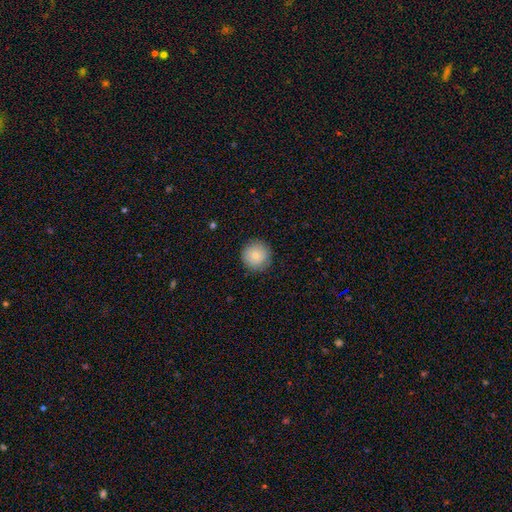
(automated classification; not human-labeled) Q: Smooth or featured?
A: smooth (82%); runner-up: featured or disk (10%)
Q: How rounded?
A: round (95%); runner-up: in between (4%)
Q: Merging?
A: none (89%); runner-up: minor disturbance (8%)